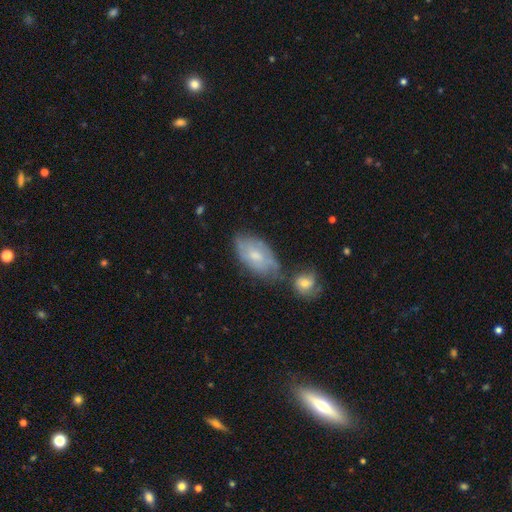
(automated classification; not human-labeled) This is possibly a featured or disk galaxy (51%). It is clearly not viewed edge-on (92%). Merging: possibly none (49%).